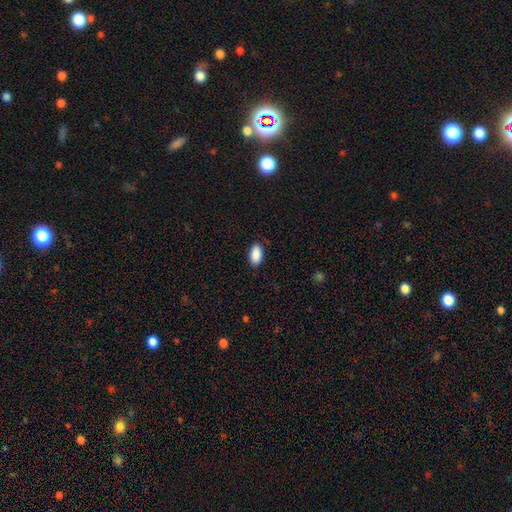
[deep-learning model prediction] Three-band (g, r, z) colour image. It shows a smooth galaxy with no disk features (90%) that is in between round and cigar-shaped (94%). Merging: none (88%).